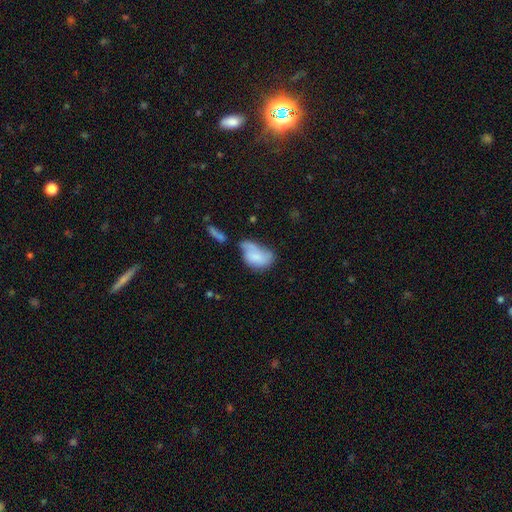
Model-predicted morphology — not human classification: A smooth galaxy with no disk features (68%) that is in between round and cigar-shaped (89%).

Vote fractions:
- Smooth or featured? smooth: 68% / featured or disk: 24% / star or artifact: 8%
- How rounded? in between: 89% / round: 9% / cigar-shaped: 2%
- Merging? minor disturbance: 29% / major disturbance: 27% / merger: 23% / none: 22%